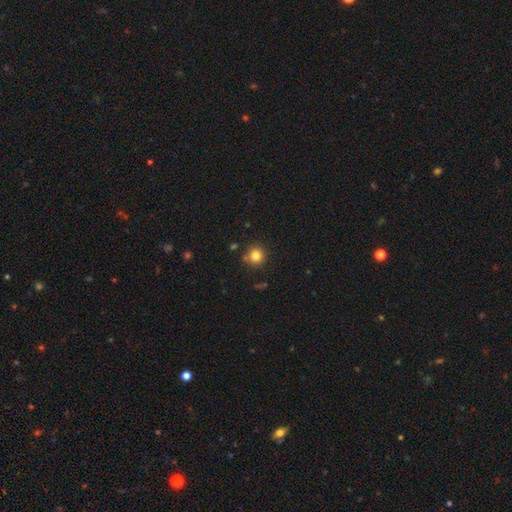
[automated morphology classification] The model was most divided on "smooth or featured": smooth: 82%, star or artifact: 12%, featured or disk: 6%. More confident: how rounded — round (93%); merging — none (84%).